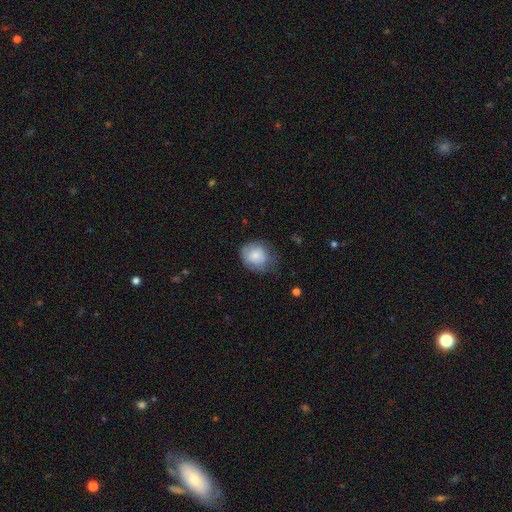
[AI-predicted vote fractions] This appears to be a smooth galaxy with no disk features (78%) that is round (66%). Merging: none (51%).